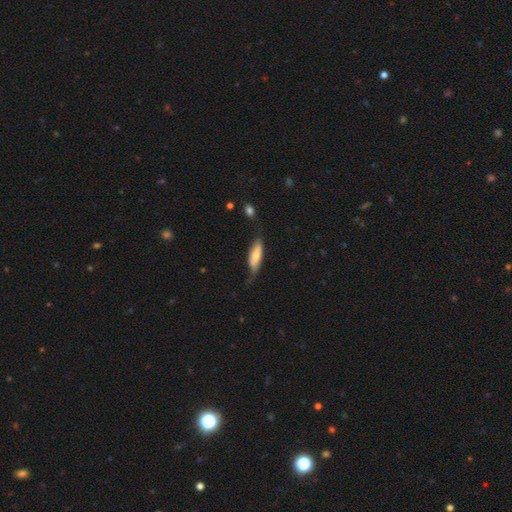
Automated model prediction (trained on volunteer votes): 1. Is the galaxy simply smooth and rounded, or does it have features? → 62% smooth, 33% featured or disk, 6% star or artifact.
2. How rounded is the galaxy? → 58% in between, 40% cigar-shaped, 2% round.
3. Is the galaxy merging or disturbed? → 53% none, 33% minor disturbance, 11% major disturbance, 3% merger.